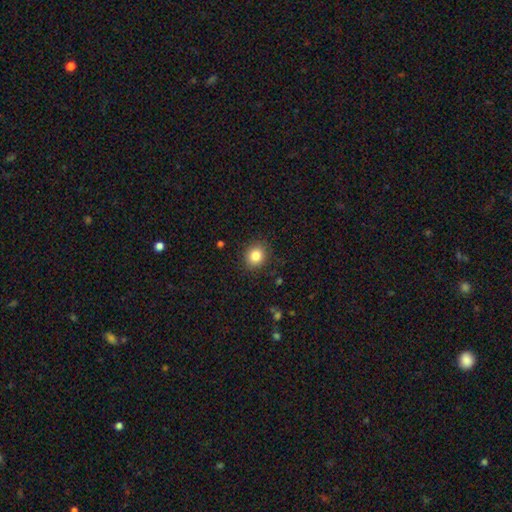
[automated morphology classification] type=smooth (84%); roundness=round (77%); merging=none (88%).